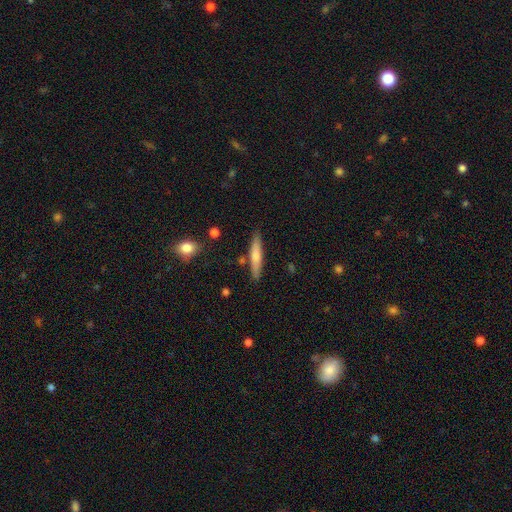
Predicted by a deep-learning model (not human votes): A smooth galaxy with no disk features (62%) that is cigar-shaped (89%).

Vote fractions:
- Smooth or featured? smooth: 62% / featured or disk: 32% / star or artifact: 6%
- How rounded? cigar-shaped: 89% / in between: 10% / round: 2%
- Merging? none: 83% / minor disturbance: 10% / merger: 4% / major disturbance: 2%